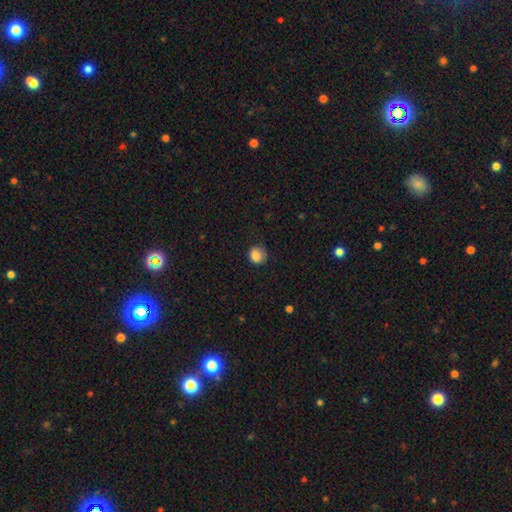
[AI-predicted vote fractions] smooth-or-featured: smooth: 85% | star or artifact: 10% | featured or disk: 6%
  how-rounded: round: 78% | in between: 22% | cigar-shaped: 1%
  merging: none: 71% | minor disturbance: 22% | major disturbance: 6% | merger: 1%